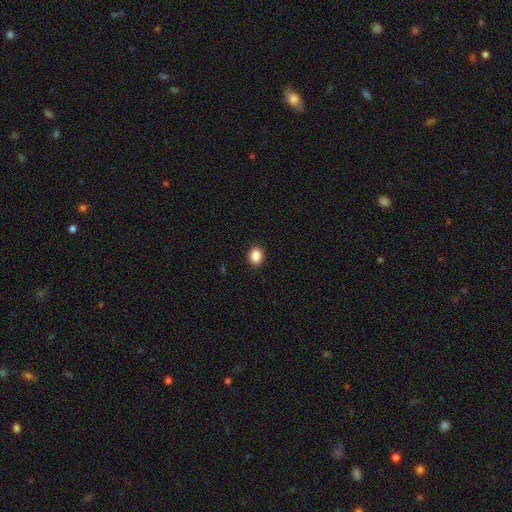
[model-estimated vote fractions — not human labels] Smooth or featured?
  - smooth: 87% *
  - star or artifact: 10%
  - featured or disk: 4%
How rounded?
  - round: 61% *
  - in between: 38%
  - cigar-shaped: 1%
Merging?
  - none: 91% *
  - minor disturbance: 6%
  - major disturbance: 2%
  - merger: 1%